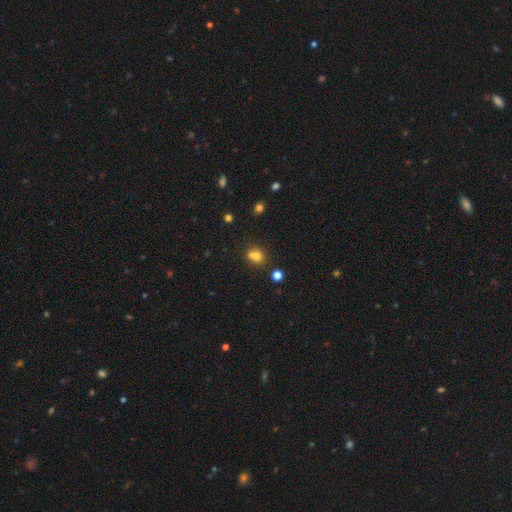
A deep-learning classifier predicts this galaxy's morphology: This appears to be a smooth galaxy with no disk features (71%) that is round (72%). Merging: merger (46%).